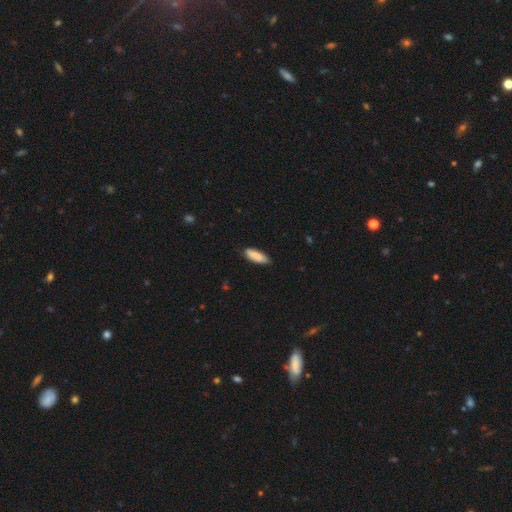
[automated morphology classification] smooth 88%, featured or disk 7%, star or artifact 6%. Down the decision tree: how rounded — in between (59%); merging — none (80%).